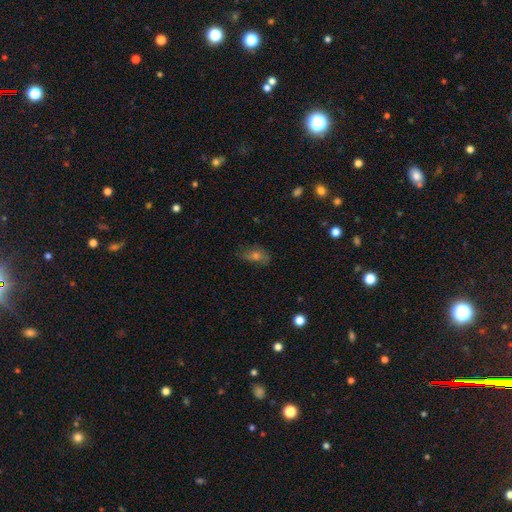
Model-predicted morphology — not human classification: Smooth or featured?
  - smooth: 46% *
  - featured or disk: 32%
  - star or artifact: 22%
Merging?
  - none: 68% *
  - minor disturbance: 21%
  - major disturbance: 9%
  - merger: 2%